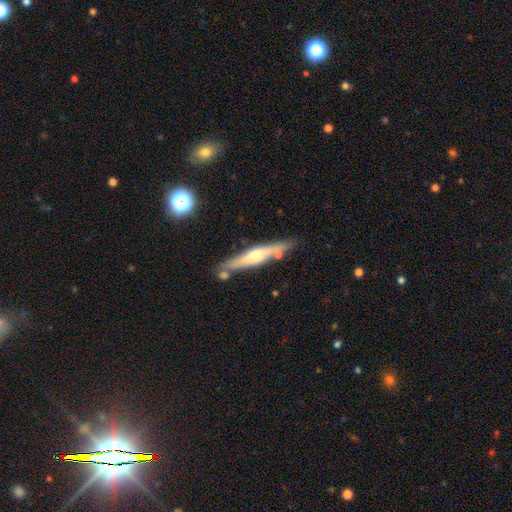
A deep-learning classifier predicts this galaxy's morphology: smooth-or-featured: featured or disk: 59% | smooth: 34% | star or artifact: 6%
  disk-edge-on: yes: 93% | no: 7%
    edge-on-bulge: rounded: 83% | none: 10% | boxy: 7%
  merging: none: 76% | minor disturbance: 13% | merger: 8% | major disturbance: 3%